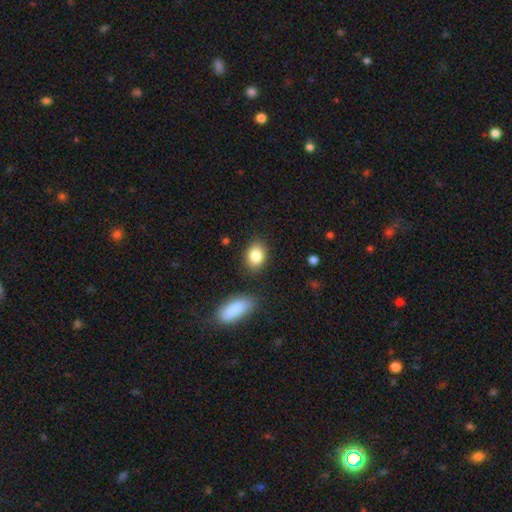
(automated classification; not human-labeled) Smooth or featured: smooth — 85% (star or artifact — 8%)
How rounded: in between — 69% (round — 30%)
Merging: none — 84% (minor disturbance — 10%)